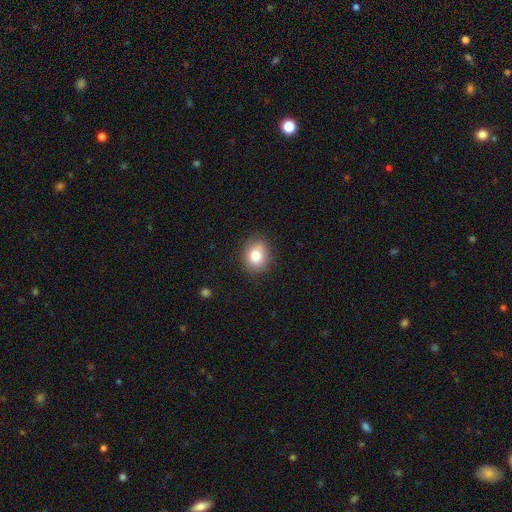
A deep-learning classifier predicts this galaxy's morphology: Smooth or featured?
  - smooth: 83% *
  - star or artifact: 9%
  - featured or disk: 8%
How rounded?
  - round: 57% *
  - in between: 42%
  - cigar-shaped: 1%
Merging?
  - none: 81% *
  - minor disturbance: 14%
  - major disturbance: 3%
  - merger: 1%